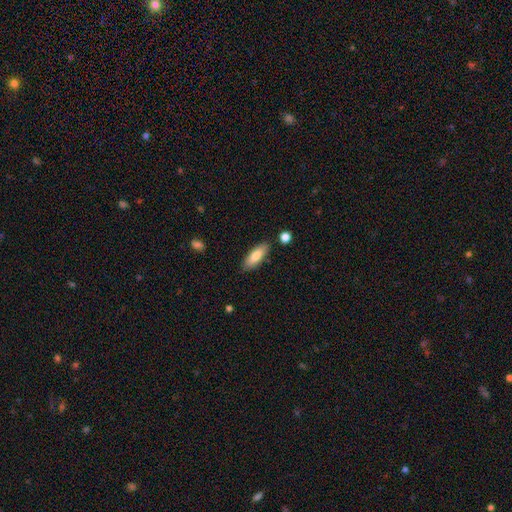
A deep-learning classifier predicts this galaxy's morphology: smooth_or_featured: smooth (p=0.80) [alt: featured or disk p=0.14]
how_rounded: in between (p=0.65) [alt: cigar-shaped p=0.33]
merging: none (p=0.84) [alt: minor disturbance p=0.11]